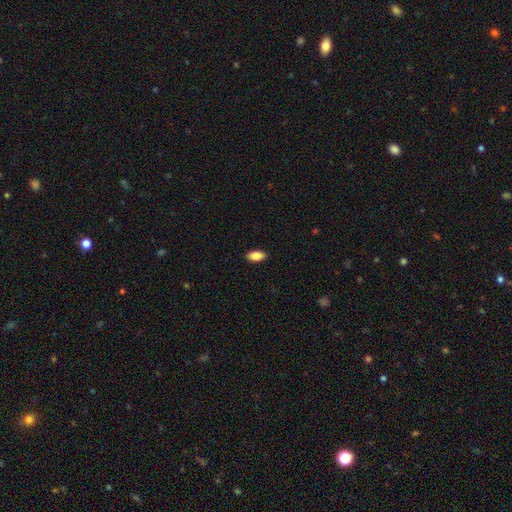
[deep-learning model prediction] Smooth or featured?
  - smooth: 87% *
  - star or artifact: 7%
  - featured or disk: 7%
How rounded?
  - in between: 91% *
  - cigar-shaped: 6%
  - round: 3%
Merging?
  - none: 89% *
  - minor disturbance: 8%
  - major disturbance: 2%
  - merger: 1%